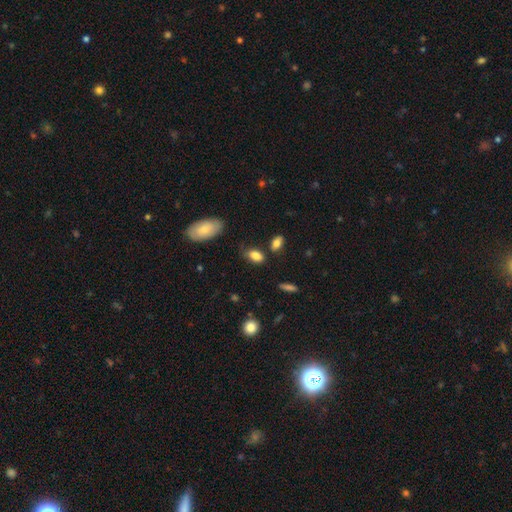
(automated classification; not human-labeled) Morphology: type=smooth (83%); roundness=in between (90%); merging=none (68%).